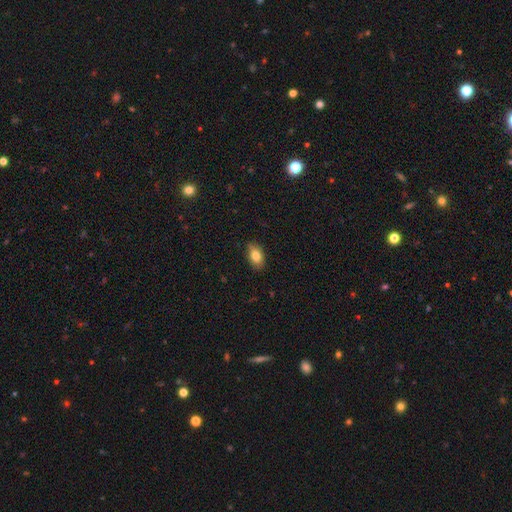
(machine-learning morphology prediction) Overall: smooth (82%). How rounded: in between (90%). Merging: none (86%).